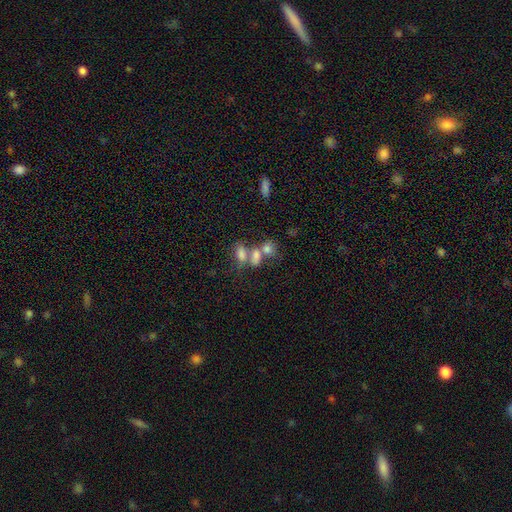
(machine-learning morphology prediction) A smooth galaxy with no disk features (72%) that is in between round and cigar-shaped (74%).

Vote fractions:
- Smooth or featured? smooth: 72% / featured or disk: 16% / star or artifact: 13%
- How rounded? in between: 74% / round: 22% / cigar-shaped: 4%
- Merging? merger: 56% / none: 27% / minor disturbance: 9% / major disturbance: 8%